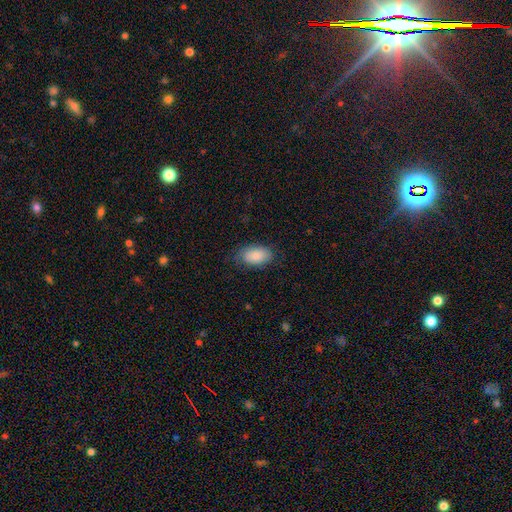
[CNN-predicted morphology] Smooth or featured? Predicted: smooth (p=0.86). How rounded? Predicted: in between (p=0.94). Merging? Predicted: none (p=0.77).